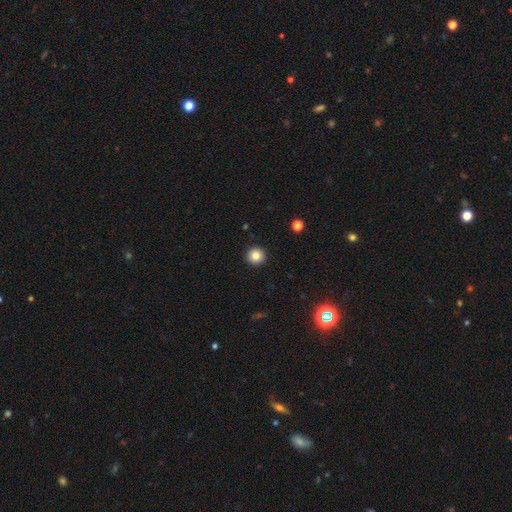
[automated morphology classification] smooth-or-featured: smooth: 82% | star or artifact: 10% | featured or disk: 7%
  how-rounded: round: 96% | in between: 3% | cigar-shaped: 1%
  merging: none: 93% | minor disturbance: 4% | major disturbance: 1% | merger: 1%